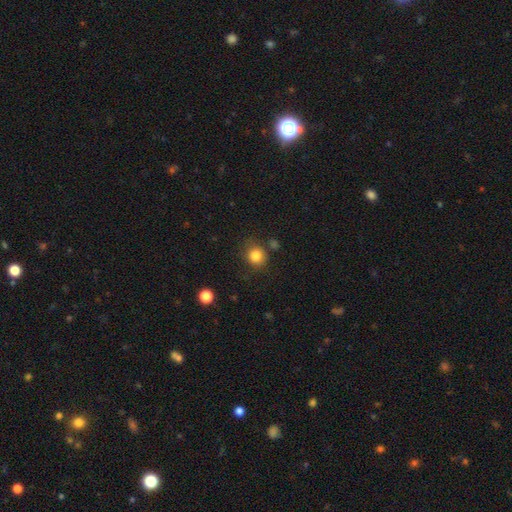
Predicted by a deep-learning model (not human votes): Smooth or featured? Predicted: smooth (p=0.83). How rounded? Predicted: round (p=0.86). Merging? Predicted: none (p=0.78).